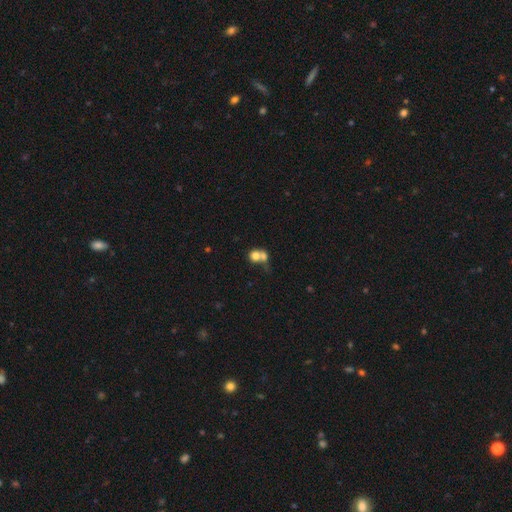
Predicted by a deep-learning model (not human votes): Overall: smooth (72%). How rounded: round (73%). Merging: merger (64%; none 24%).